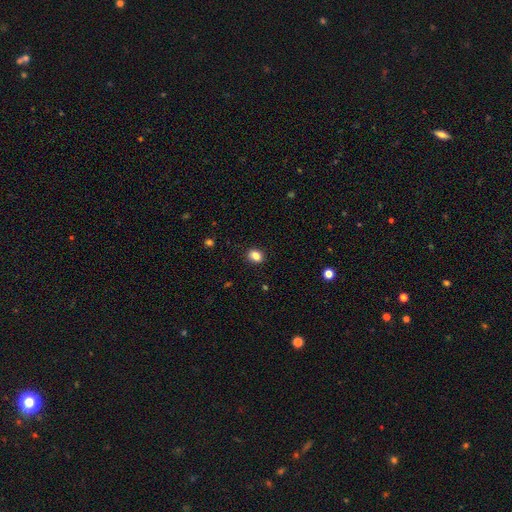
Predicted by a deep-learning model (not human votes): Smooth or featured? smooth (84%)
How rounded? in between (58%)
Merging? none (89%)